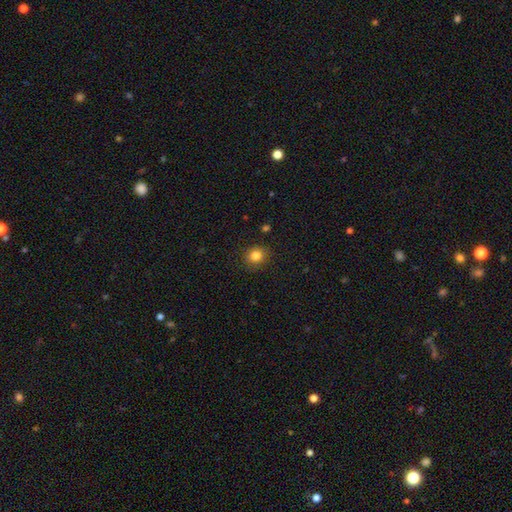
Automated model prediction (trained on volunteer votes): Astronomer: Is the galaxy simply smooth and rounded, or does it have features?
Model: smooth — 84%.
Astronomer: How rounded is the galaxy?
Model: round — 81%.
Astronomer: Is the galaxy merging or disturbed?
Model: none — 88%.